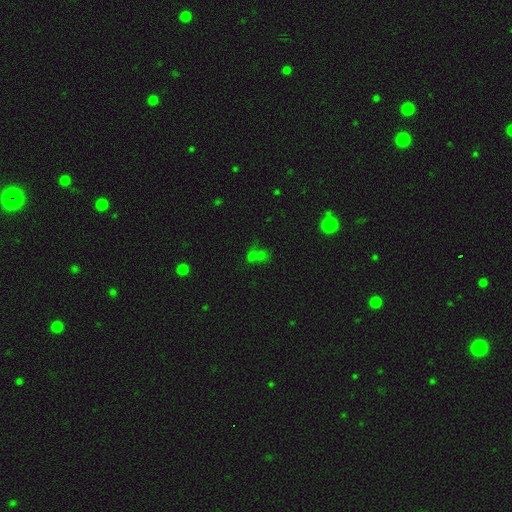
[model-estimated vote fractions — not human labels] smooth_or_featured: smooth (p=0.51) [alt: star or artifact p=0.35]
how_rounded: round (p=0.51) [alt: in between p=0.46]
merging: merger (p=0.48) [alt: none p=0.33]